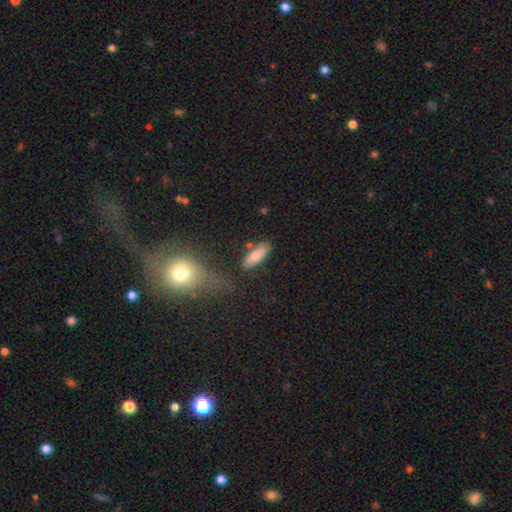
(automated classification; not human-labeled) smooth_or_featured: smooth (p=0.75) [alt: featured or disk p=0.18]
how_rounded: in between (p=0.59) [alt: cigar-shaped p=0.38]
merging: none (p=0.77) [alt: minor disturbance p=0.14]